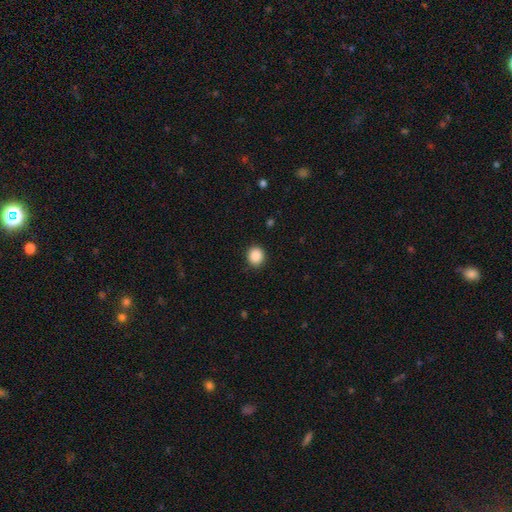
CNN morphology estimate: Smooth or featured: smooth — 89% (star or artifact — 9%)
How rounded: round — 83% (in between — 16%)
Merging: none — 90% (minor disturbance — 7%)